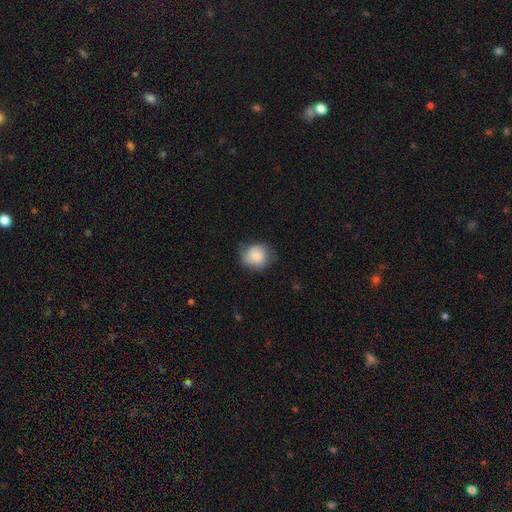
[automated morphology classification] Q: Smooth or featured?
A: smooth (81%); runner-up: featured or disk (12%)
Q: How rounded?
A: round (78%); runner-up: in between (21%)
Q: Merging?
A: none (71%); runner-up: minor disturbance (22%)